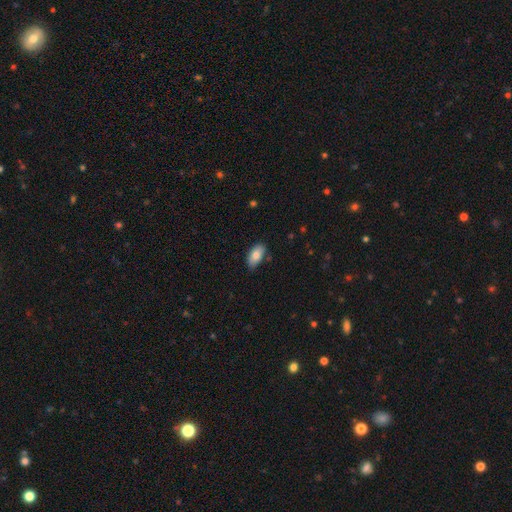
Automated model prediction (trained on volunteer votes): Smooth or featured: smooth — 81% (featured or disk — 12%)
How rounded: in between — 93% (cigar-shaped — 4%)
Merging: none — 75% (minor disturbance — 20%)